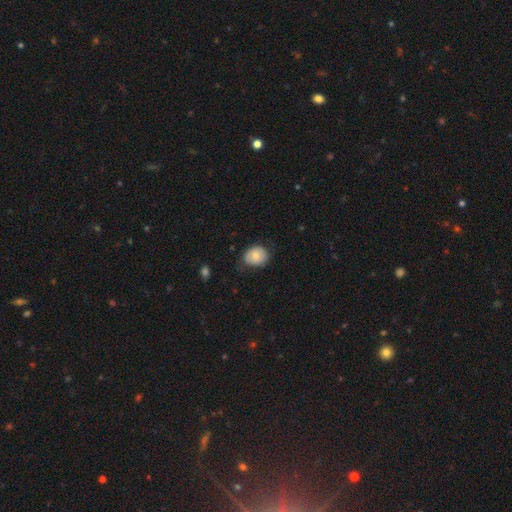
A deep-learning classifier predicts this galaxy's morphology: A smooth galaxy with no disk features (72%) that is round (53%).

Vote fractions:
- Smooth or featured? smooth: 72% / featured or disk: 20% / star or artifact: 8%
- How rounded? round: 53% / in between: 47% / cigar-shaped: 1%
- Merging? none: 67% / minor disturbance: 25% / major disturbance: 6% / merger: 1%